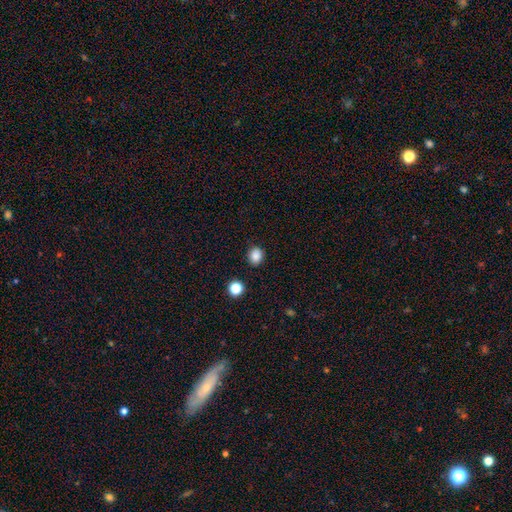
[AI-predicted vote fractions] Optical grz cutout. It shows a smooth galaxy with no disk features (86%) that is round (62%). Merging: none (88%).